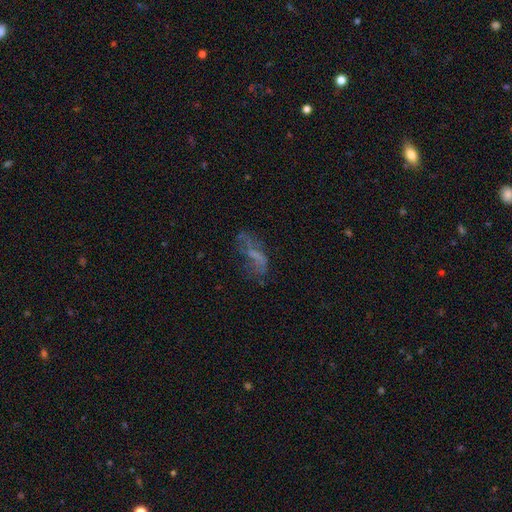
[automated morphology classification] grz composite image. It shows a featured or disk galaxy (50%). Merging: none (41%).